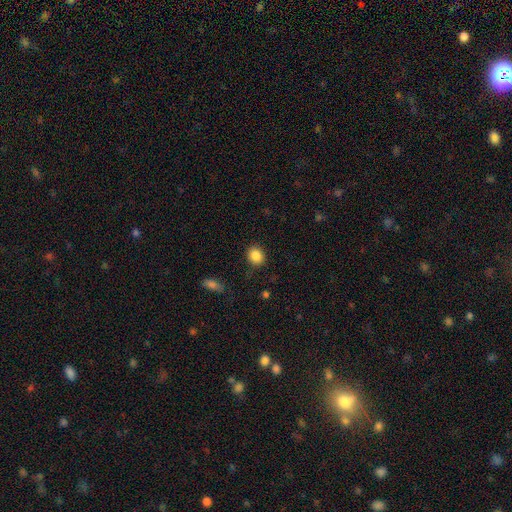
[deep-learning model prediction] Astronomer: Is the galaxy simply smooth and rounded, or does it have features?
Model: smooth — 87%.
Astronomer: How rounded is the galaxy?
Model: round — 67%.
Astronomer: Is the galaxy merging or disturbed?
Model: none — 86%.